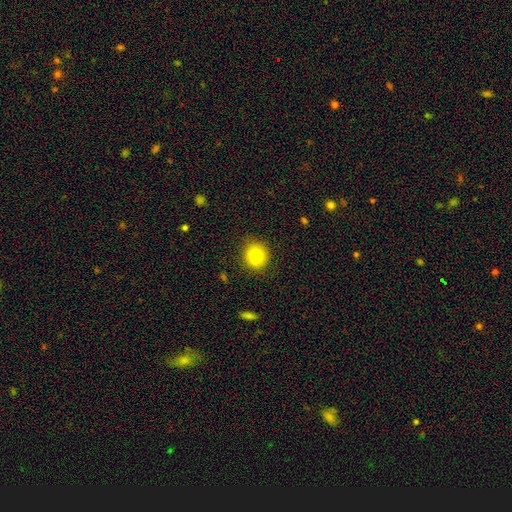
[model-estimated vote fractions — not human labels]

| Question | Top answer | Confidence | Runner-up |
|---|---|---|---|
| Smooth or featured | smooth | 80% | star or artifact (10%) |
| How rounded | round | 84% | in between (15%) |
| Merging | none | 86% | minor disturbance (10%) |